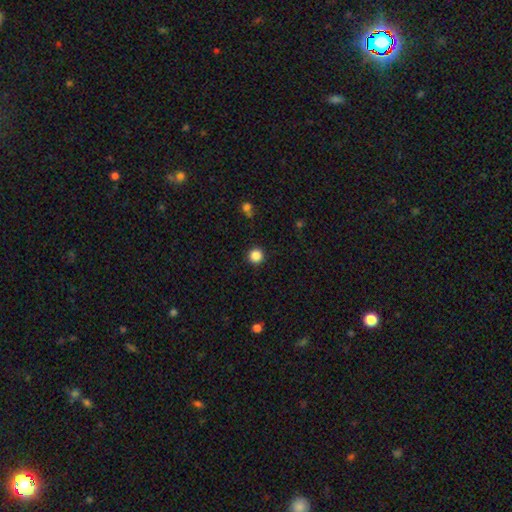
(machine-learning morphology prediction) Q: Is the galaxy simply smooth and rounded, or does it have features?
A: smooth — 86%.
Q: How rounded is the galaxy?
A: round — 96%.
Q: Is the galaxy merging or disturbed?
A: none — 92%.